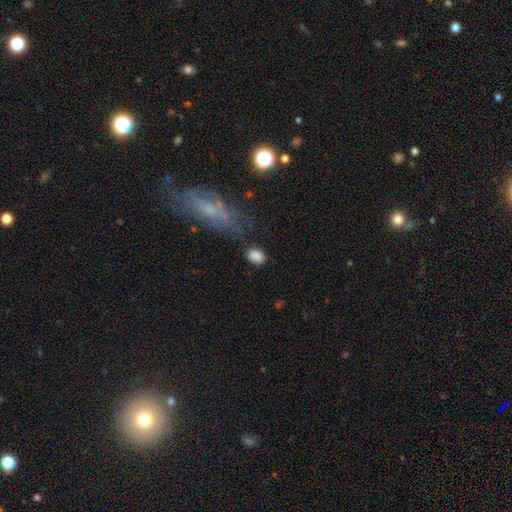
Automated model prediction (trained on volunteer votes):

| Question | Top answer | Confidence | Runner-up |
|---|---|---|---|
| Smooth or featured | smooth | 87% | star or artifact (8%) |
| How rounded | in between | 68% | round (31%) |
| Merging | none | 79% | minor disturbance (13%) |